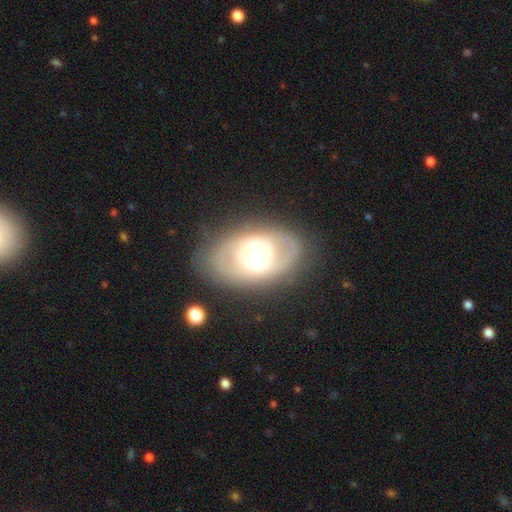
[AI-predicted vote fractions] Morphology: type=featured or disk (52%); edge-on=no (90%); merging=none (74%).